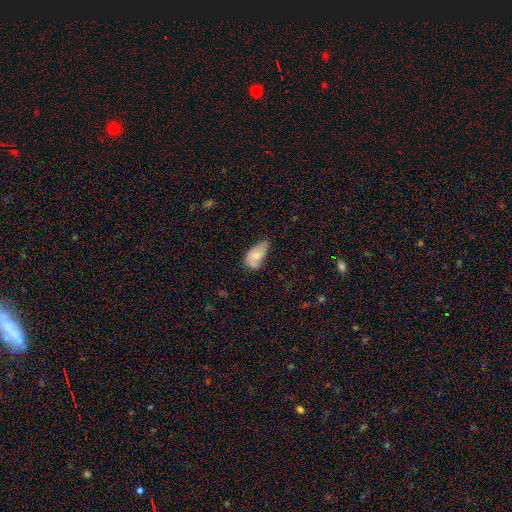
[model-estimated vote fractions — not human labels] This appears to be a smooth galaxy with no disk features (66%) that is in between round and cigar-shaped (91%). Merging: minor disturbance (45%).